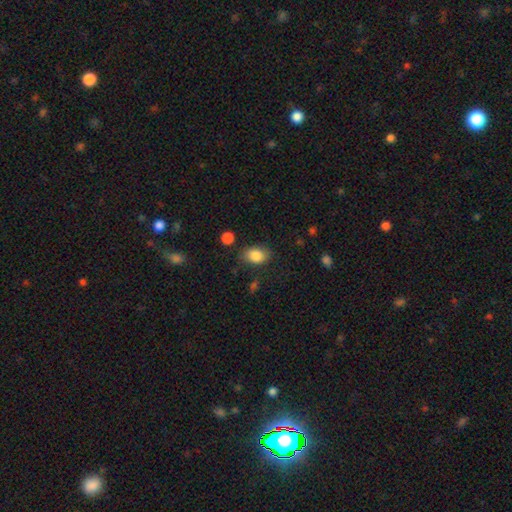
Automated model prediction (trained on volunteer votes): Overall: smooth (85%). How rounded: in between (77%). Merging: none (77%).